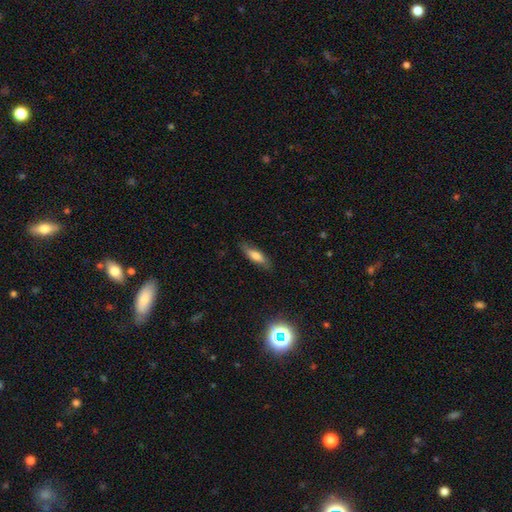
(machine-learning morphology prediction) Smooth or featured? smooth (65%)
How rounded? cigar-shaped (54%)
Merging? none (80%)